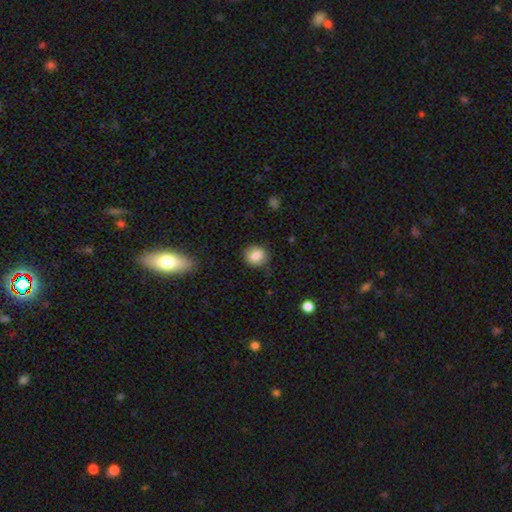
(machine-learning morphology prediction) smooth 84%, star or artifact 9%, featured or disk 7%. Down the decision tree: how rounded — round (77%); merging — none (80%).